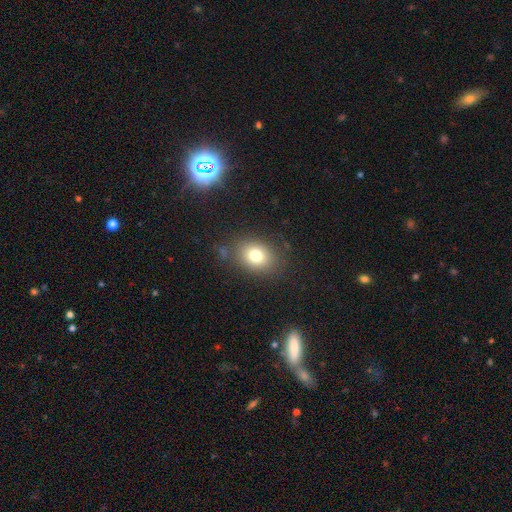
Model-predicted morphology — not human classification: smooth 77%, star or artifact 12%, featured or disk 11%. Down the decision tree: how rounded — in between (56%); merging — none (80%).